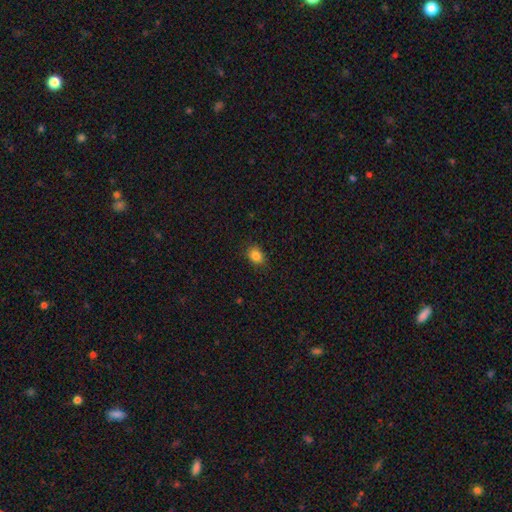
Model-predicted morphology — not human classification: smooth-or-featured: smooth: 85% | star or artifact: 11% | featured or disk: 5%
  how-rounded: in between: 61% | round: 38% | cigar-shaped: 1%
  merging: none: 84% | minor disturbance: 12% | major disturbance: 3% | merger: 1%